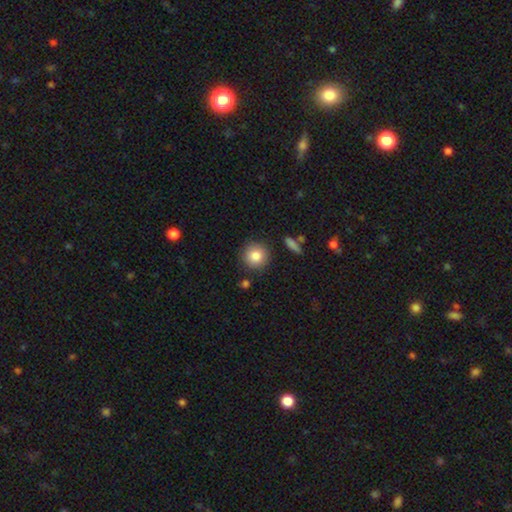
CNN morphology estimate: Smooth or featured?
  - smooth: 84% *
  - star or artifact: 8%
  - featured or disk: 7%
How rounded?
  - round: 93% *
  - in between: 6%
  - cigar-shaped: 1%
Merging?
  - none: 88% *
  - minor disturbance: 7%
  - merger: 3%
  - major disturbance: 2%